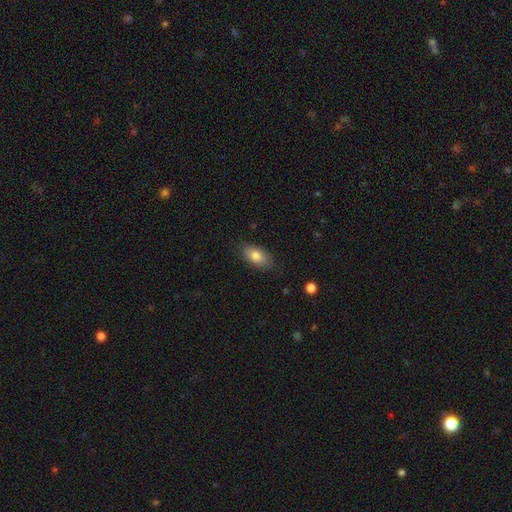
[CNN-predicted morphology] smooth 81%, featured or disk 11%, star or artifact 8%. Down the decision tree: how rounded — in between (90%); merging — none (83%).